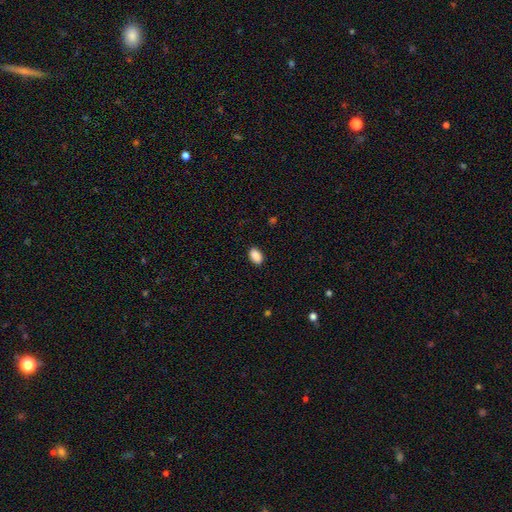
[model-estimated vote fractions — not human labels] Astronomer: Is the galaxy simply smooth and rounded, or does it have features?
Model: smooth — 90%.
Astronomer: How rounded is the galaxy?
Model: in between — 92%.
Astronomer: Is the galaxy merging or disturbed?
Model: none — 89%.